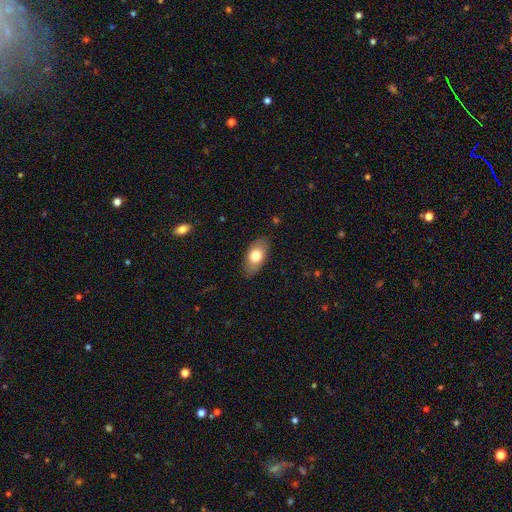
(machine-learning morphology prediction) Q: Smooth or featured?
A: smooth (73%); runner-up: featured or disk (20%)
Q: How rounded?
A: in between (92%); runner-up: round (5%)
Q: Merging?
A: none (84%); runner-up: minor disturbance (12%)